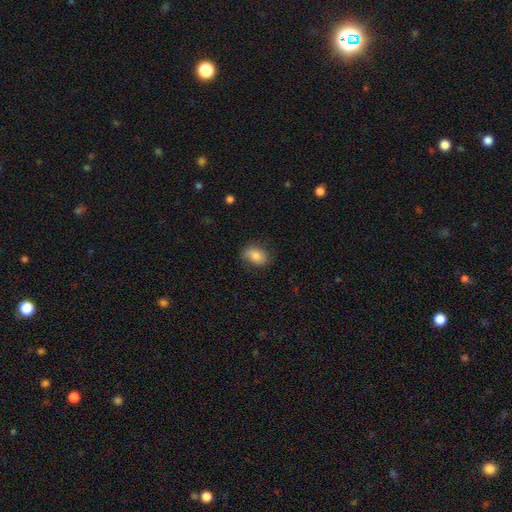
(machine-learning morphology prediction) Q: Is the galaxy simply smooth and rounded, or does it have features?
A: smooth — 79%.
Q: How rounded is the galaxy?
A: in between — 81%.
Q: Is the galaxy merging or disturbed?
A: none — 77%.